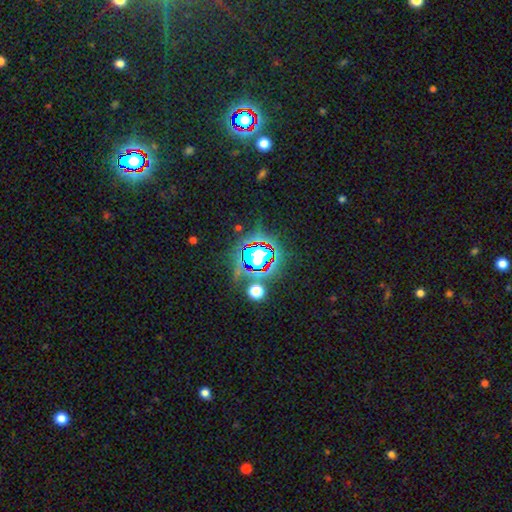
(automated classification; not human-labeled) This appears to be a star or artifact, not a galaxy (84%).